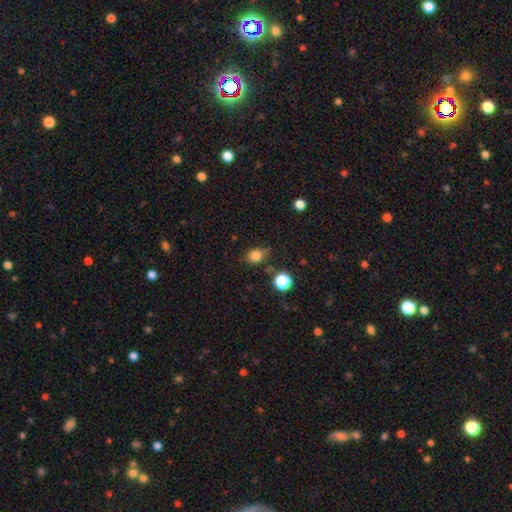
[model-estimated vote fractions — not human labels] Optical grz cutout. It shows a smooth galaxy with no disk features (81%) that is round (56%). Merging: none (68%).